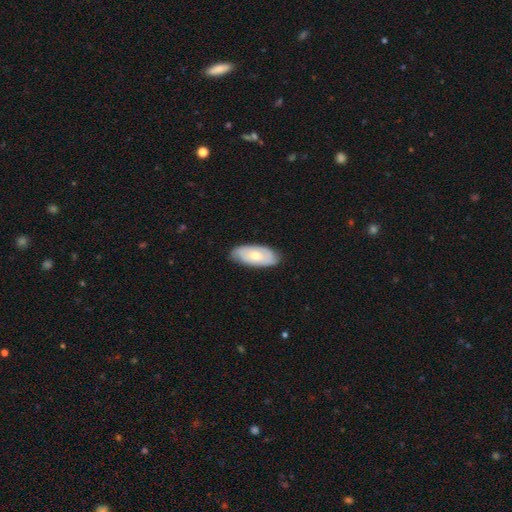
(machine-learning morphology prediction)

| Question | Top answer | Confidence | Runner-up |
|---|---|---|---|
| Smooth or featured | smooth | 59% | featured or disk (36%) |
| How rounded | in between | 90% | cigar-shaped (7%) |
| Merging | none | 80% | minor disturbance (17%) |